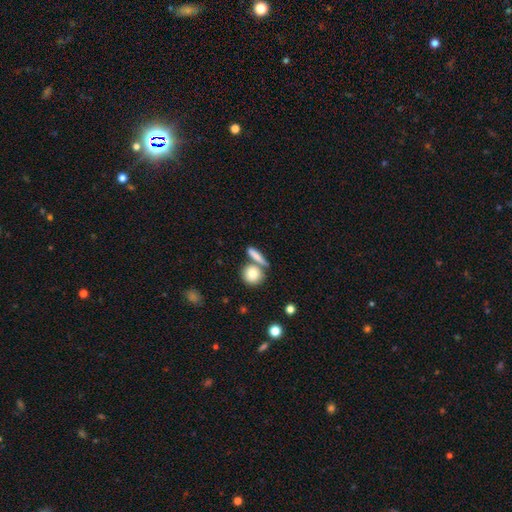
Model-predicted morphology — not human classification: Smooth or featured: smooth — 76% (featured or disk — 16%)
How rounded: round — 39% (cigar-shaped — 32%)
Merging: none — 62% (merger — 24%)